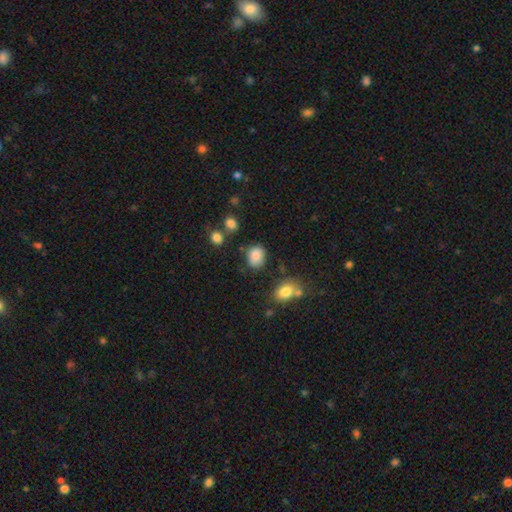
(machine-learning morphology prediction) Smooth or featured? Predicted: smooth (p=0.85). How rounded? Predicted: in between (p=0.53). Merging? Predicted: none (p=0.69).